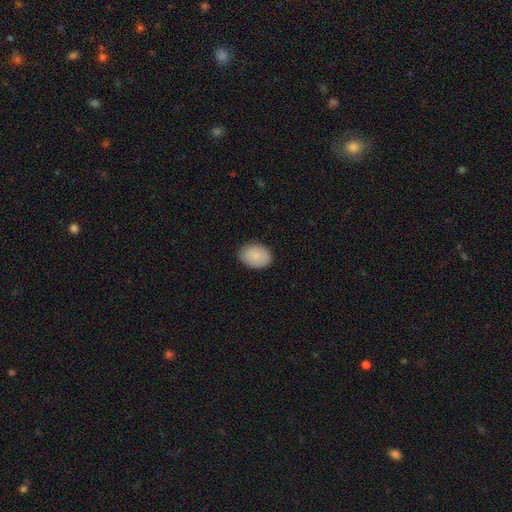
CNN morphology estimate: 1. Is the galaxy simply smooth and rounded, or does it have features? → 88% smooth, 7% star or artifact, 6% featured or disk.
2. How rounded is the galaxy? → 75% in between, 24% round, 1% cigar-shaped.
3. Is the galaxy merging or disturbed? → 85% none, 11% minor disturbance, 2% major disturbance, 1% merger.